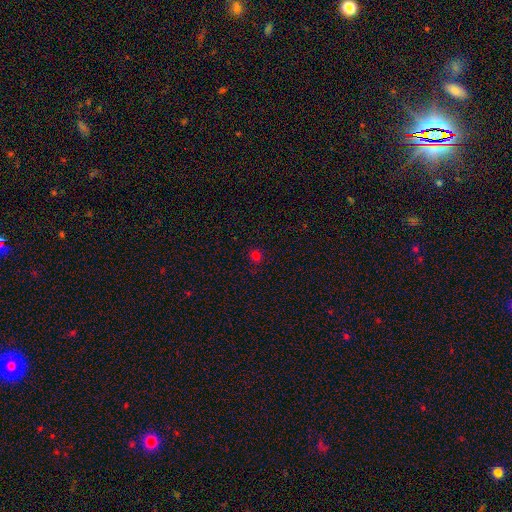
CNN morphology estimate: This is likely a smooth galaxy (74%). How rounded: clearly round (88%). Merging: clearly none (88%).